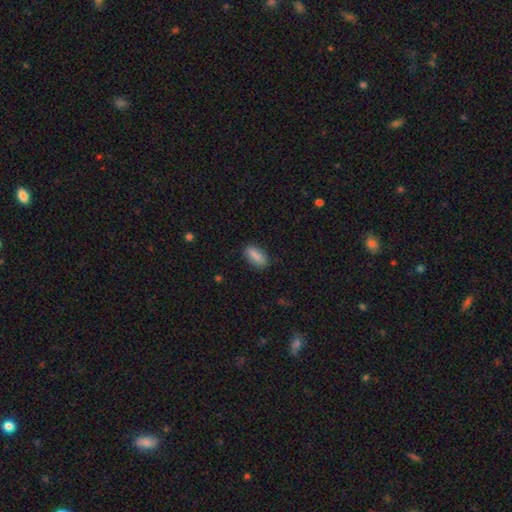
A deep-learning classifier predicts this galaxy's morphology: smooth-or-featured: smooth: 85% | star or artifact: 7% | featured or disk: 7%
  how-rounded: in between: 80% | cigar-shaped: 16% | round: 3%
  merging: none: 80% | minor disturbance: 15% | major disturbance: 3% | merger: 1%